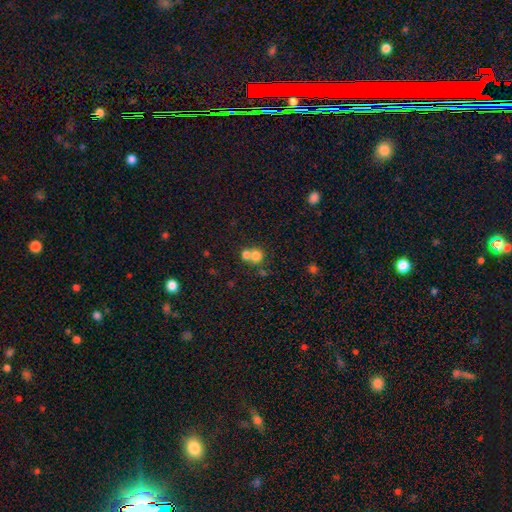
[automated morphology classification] Smooth or featured? smooth (75%)
How rounded? round (85%)
Merging? merger (53%)